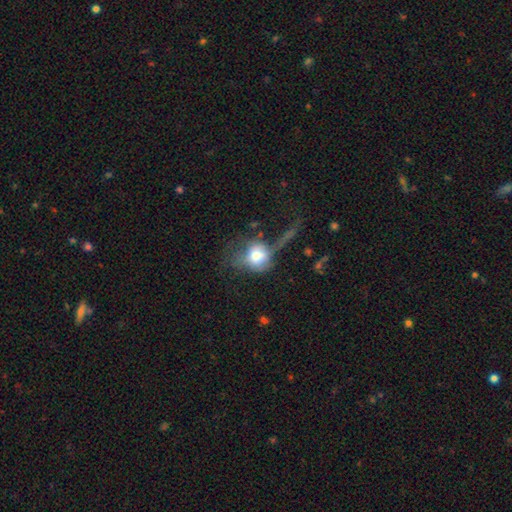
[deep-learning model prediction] The model was most divided on "merging": major disturbance: 47%, none: 26%, minor disturbance: 18%, merger: 9%. More confident: how rounded — round (65%); smooth or featured — smooth (64%).